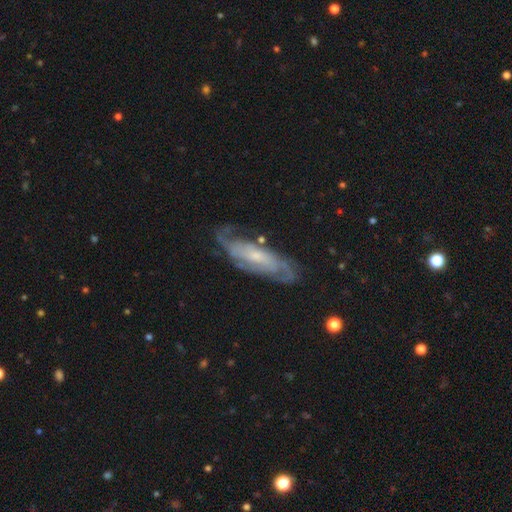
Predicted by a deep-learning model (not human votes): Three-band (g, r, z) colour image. It shows a featured or disk galaxy (84%) with no bar (54%), 2 (41%) tight (50%) spiral arms (95%) and a small central bulge (63%). Merging: none (72%).